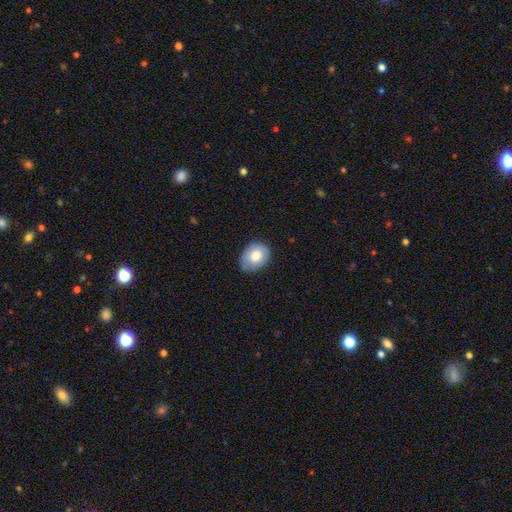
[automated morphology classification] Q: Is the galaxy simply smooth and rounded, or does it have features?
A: smooth — 74%.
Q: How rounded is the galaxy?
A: in between — 66%.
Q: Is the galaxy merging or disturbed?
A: none — 72%.